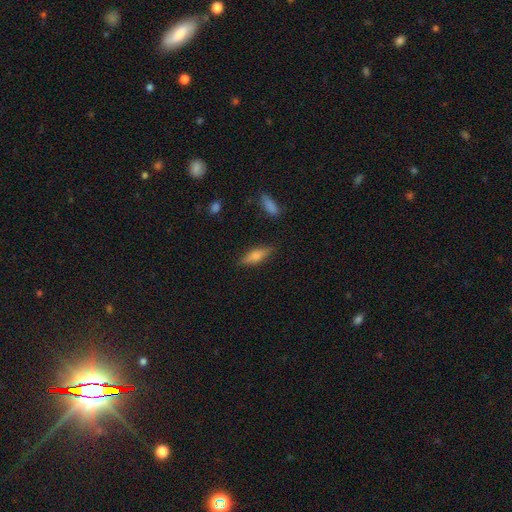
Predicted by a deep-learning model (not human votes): Morphology: type=smooth (72%); roundness=in between (54%); merging=none (82%).